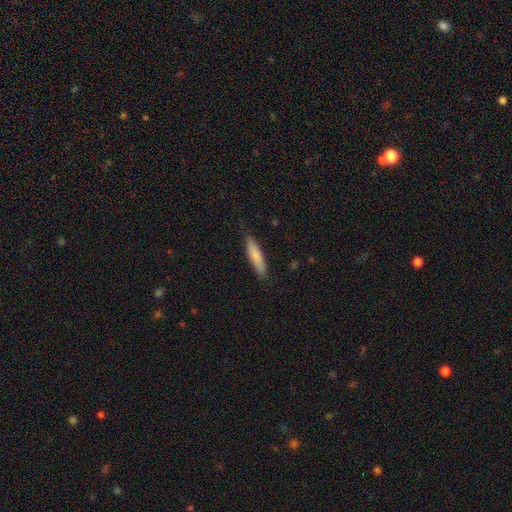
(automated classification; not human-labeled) Smooth or featured: smooth — 78% (featured or disk — 17%)
How rounded: cigar-shaped — 80% (in between — 18%)
Merging: none — 86% (minor disturbance — 11%)